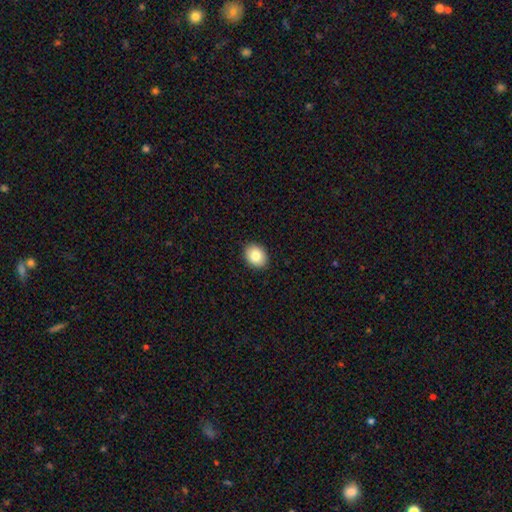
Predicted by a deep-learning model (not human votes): This is clearly a smooth galaxy (84%). How rounded: possibly in between (53%). Merging: clearly none (91%).